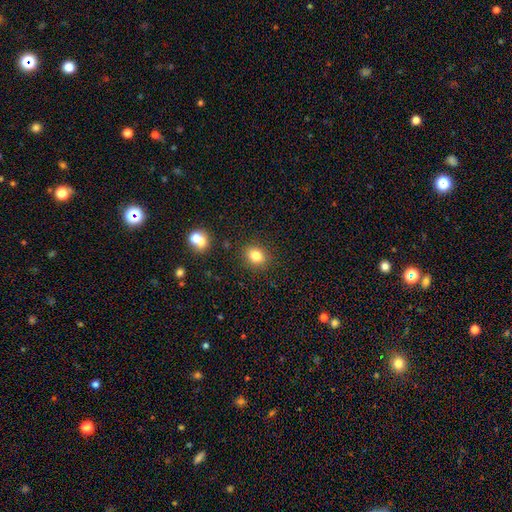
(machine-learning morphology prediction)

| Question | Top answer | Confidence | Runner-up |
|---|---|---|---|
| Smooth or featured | smooth | 80% | star or artifact (12%) |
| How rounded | round | 52% | in between (47%) |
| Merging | none | 86% | minor disturbance (9%) |